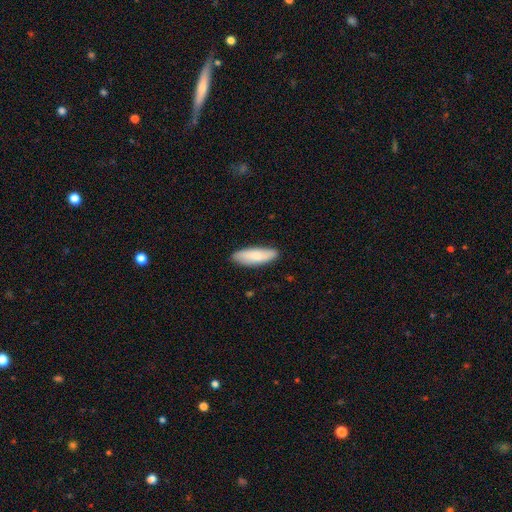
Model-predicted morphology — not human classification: Smooth or featured?
  - smooth: 79% *
  - featured or disk: 16%
  - star or artifact: 5%
How rounded?
  - in between: 51% *
  - cigar-shaped: 47%
  - round: 2%
Merging?
  - none: 87% *
  - minor disturbance: 10%
  - major disturbance: 2%
  - merger: 1%